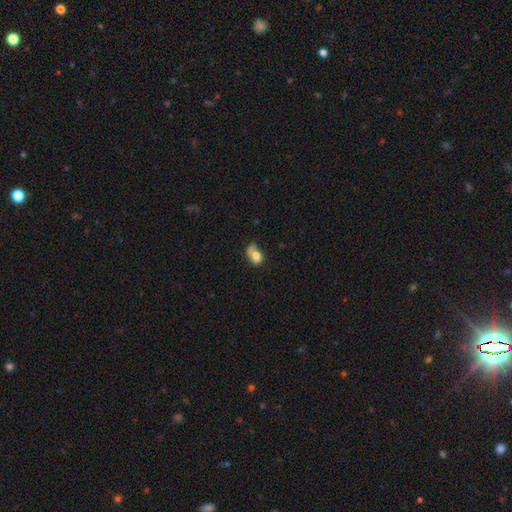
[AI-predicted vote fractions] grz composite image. It shows a smooth galaxy with no disk features (74%) that is in between round and cigar-shaped (69%). Merging: minor disturbance (29%).